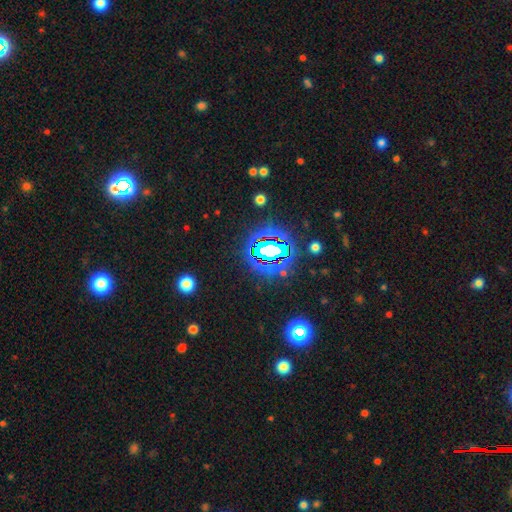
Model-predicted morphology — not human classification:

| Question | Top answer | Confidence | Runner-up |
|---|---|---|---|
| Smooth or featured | star or artifact | 81% | smooth (11%) |